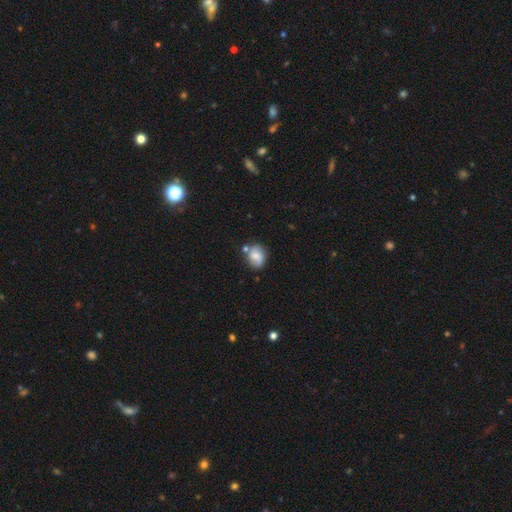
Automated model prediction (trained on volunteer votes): Smooth or featured?
  - smooth: 62% *
  - featured or disk: 28%
  - star or artifact: 10%
How rounded?
  - round: 53% *
  - in between: 46%
  - cigar-shaped: 1%
Merging?
  - none: 58% *
  - minor disturbance: 22%
  - merger: 14%
  - major disturbance: 6%